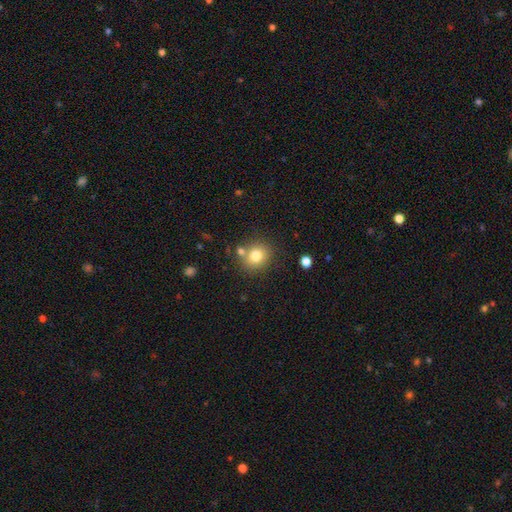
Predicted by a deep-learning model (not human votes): smooth_or_featured: smooth (p=0.78) [alt: star or artifact p=0.12]
how_rounded: round (p=0.77) [alt: in between p=0.23]
merging: none (p=0.72) [alt: merger p=0.14]